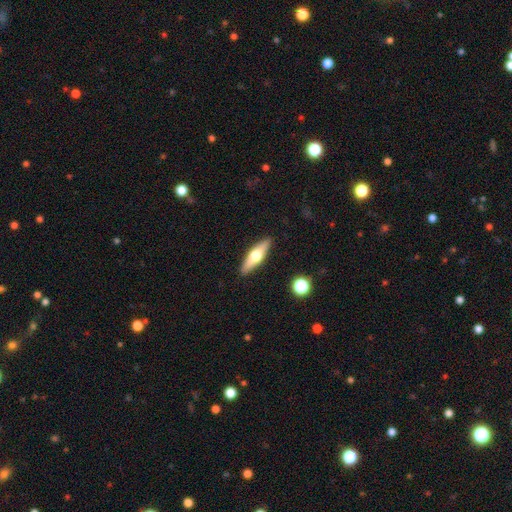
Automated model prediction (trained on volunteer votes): Smooth or featured? smooth (48%)
Merging? none (89%)